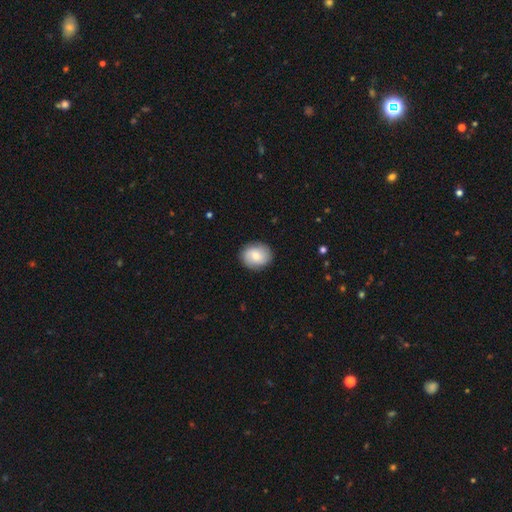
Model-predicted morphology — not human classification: A smooth galaxy with no disk features (67%) that is round (69%).

Vote fractions:
- Smooth or featured? smooth: 67% / featured or disk: 25% / star or artifact: 7%
- How rounded? round: 69% / in between: 30% / cigar-shaped: 1%
- Merging? none: 88% / minor disturbance: 9% / major disturbance: 2% / merger: 1%